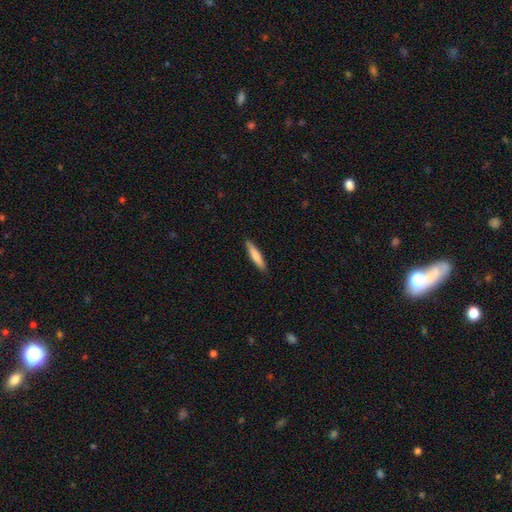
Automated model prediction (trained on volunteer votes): Smooth or featured?
  - smooth: 78% *
  - featured or disk: 17%
  - star or artifact: 5%
How rounded?
  - cigar-shaped: 88% *
  - in between: 11%
  - round: 1%
Merging?
  - none: 89% *
  - minor disturbance: 8%
  - major disturbance: 2%
  - merger: 1%